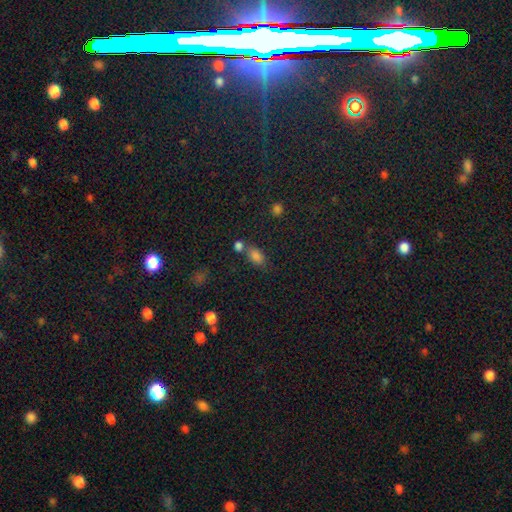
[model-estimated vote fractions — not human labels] Q: Smooth or featured?
A: smooth (79%); runner-up: star or artifact (14%)
Q: How rounded?
A: in between (86%); runner-up: round (10%)
Q: Merging?
A: none (55%); runner-up: merger (26%)